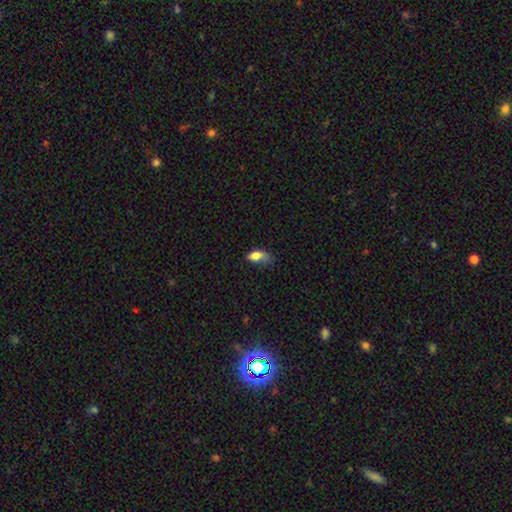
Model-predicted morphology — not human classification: Q: Smooth or featured?
A: smooth (79%); runner-up: featured or disk (12%)
Q: How rounded?
A: in between (87%); runner-up: round (7%)
Q: Merging?
A: minor disturbance (38%); runner-up: major disturbance (30%)